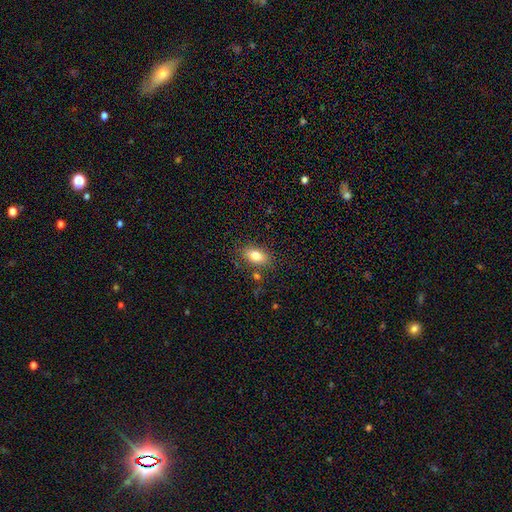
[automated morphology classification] A smooth galaxy with no disk features (80%) that is in between round and cigar-shaped (87%).

Vote fractions:
- Smooth or featured? smooth: 80% / featured or disk: 11% / star or artifact: 9%
- How rounded? in between: 87% / round: 10% / cigar-shaped: 3%
- Merging? none: 79% / minor disturbance: 13% / merger: 5% / major disturbance: 3%